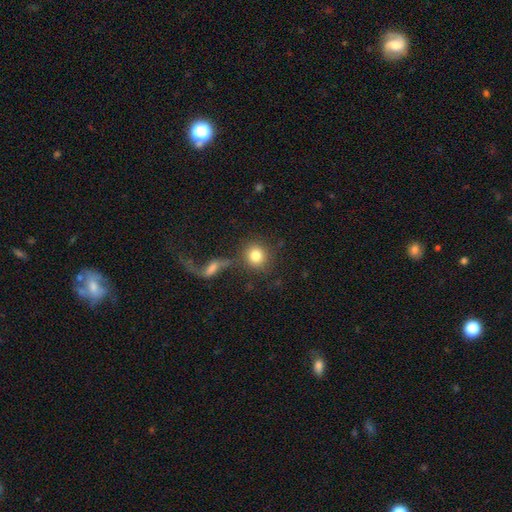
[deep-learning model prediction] Overall: smooth (81%). How rounded: round (89%). Merging: none (73%).